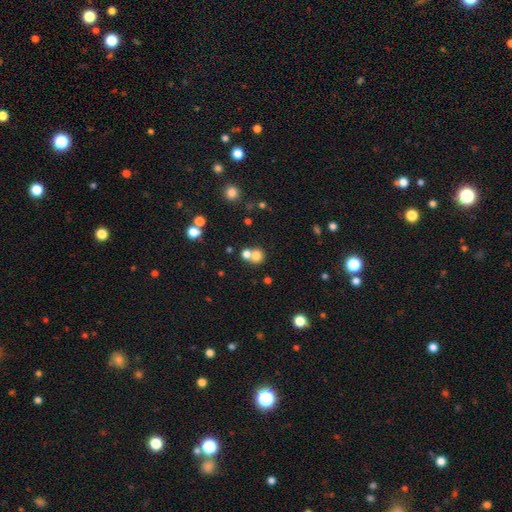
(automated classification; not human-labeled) Smooth or featured? Predicted: smooth (p=0.74). How rounded? Predicted: round (p=0.85). Merging? Predicted: none (p=0.46).